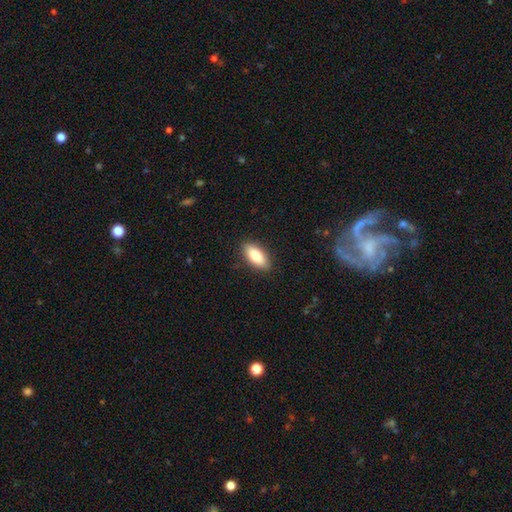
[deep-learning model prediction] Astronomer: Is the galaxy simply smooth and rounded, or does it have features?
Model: smooth — 83%.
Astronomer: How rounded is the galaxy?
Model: in between — 85%.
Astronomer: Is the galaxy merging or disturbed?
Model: none — 87%.